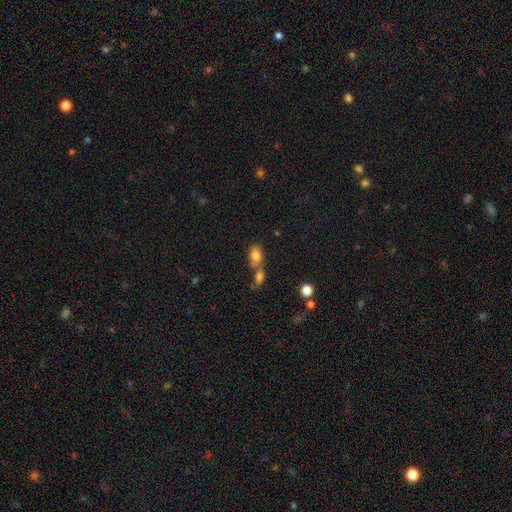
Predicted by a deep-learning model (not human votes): Smooth or featured?
  - smooth: 79% *
  - featured or disk: 11%
  - star or artifact: 10%
How rounded?
  - in between: 84% *
  - round: 14%
  - cigar-shaped: 3%
Merging?
  - merger: 50% *
  - none: 34%
  - minor disturbance: 11%
  - major disturbance: 5%